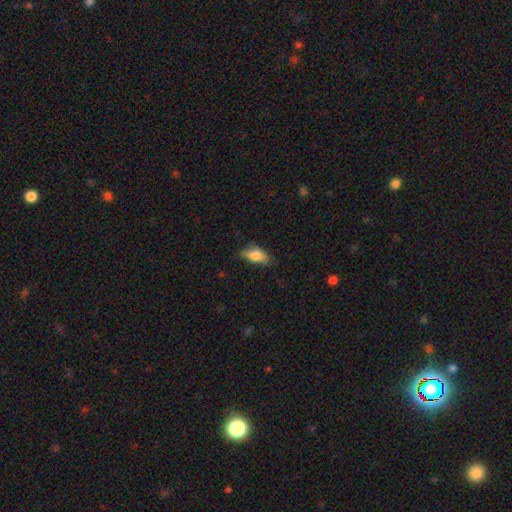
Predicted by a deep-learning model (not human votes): smooth-or-featured: smooth: 78% | featured or disk: 14% | star or artifact: 7%
  how-rounded: in between: 84% | cigar-shaped: 12% | round: 4%
  merging: none: 62% | minor disturbance: 29% | major disturbance: 7% | merger: 2%